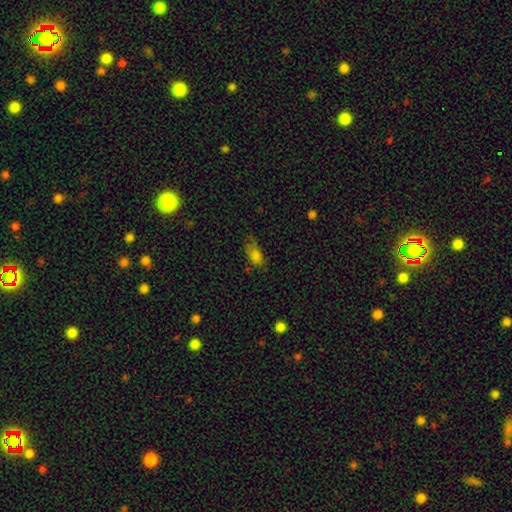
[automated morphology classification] This appears to be a smooth galaxy with no disk features (79%) that is in between round and cigar-shaped (86%). Merging: none (49%).